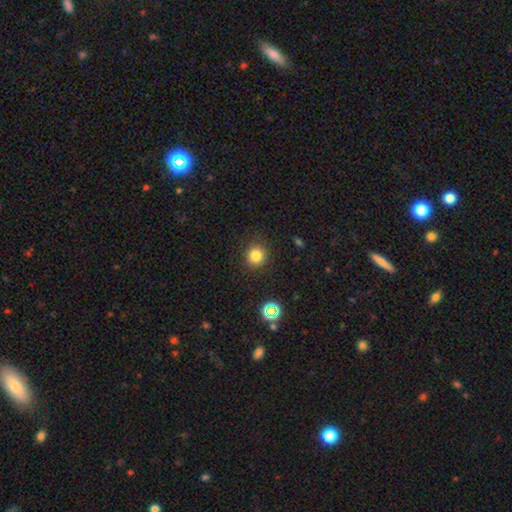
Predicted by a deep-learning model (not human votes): Smooth or featured? Predicted: smooth (p=0.80). How rounded? Predicted: round (p=0.91). Merging? Predicted: none (p=0.86).